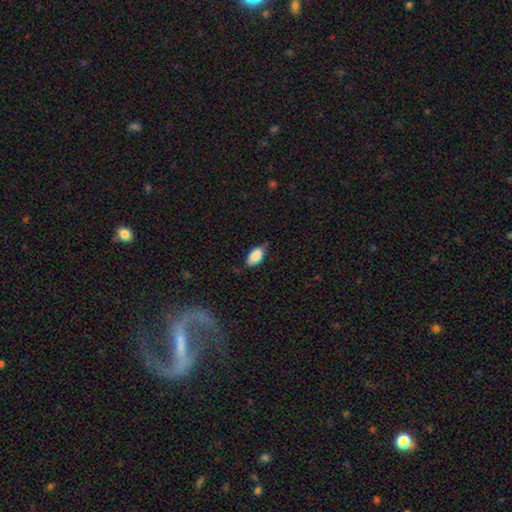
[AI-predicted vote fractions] The model was most divided on "merging": none: 68%, minor disturbance: 26%, major disturbance: 5%, merger: 2%. More confident: how rounded — in between (93%); smooth or featured — smooth (87%).